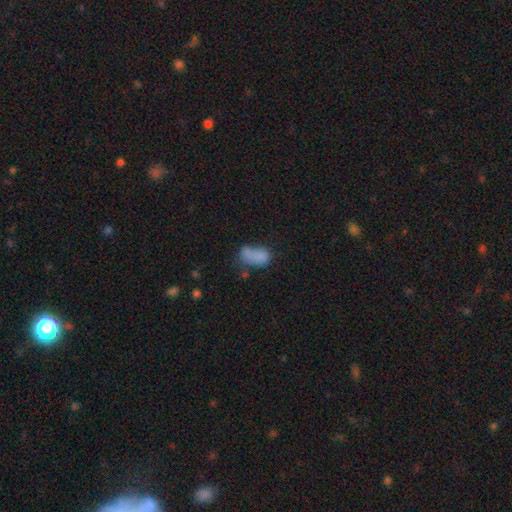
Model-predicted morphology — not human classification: Smooth or featured?
  - smooth: 76% *
  - featured or disk: 13%
  - star or artifact: 11%
How rounded?
  - in between: 89% *
  - round: 8%
  - cigar-shaped: 3%
Merging?
  - none: 31% *
  - merger: 24%
  - minor disturbance: 24%
  - major disturbance: 21%